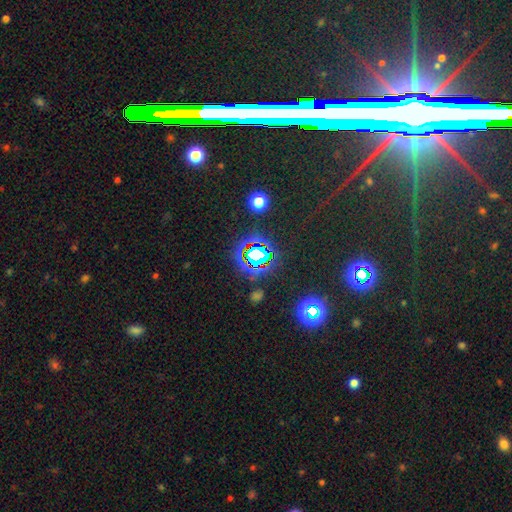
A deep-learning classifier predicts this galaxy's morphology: This is likely a star or artifact rather than a galaxy (71%).